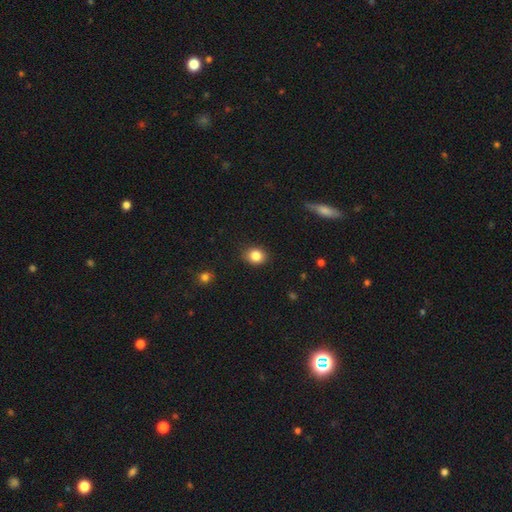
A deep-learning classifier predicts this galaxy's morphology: Smooth or featured? smooth (84%)
How rounded? round (60%)
Merging? none (86%)